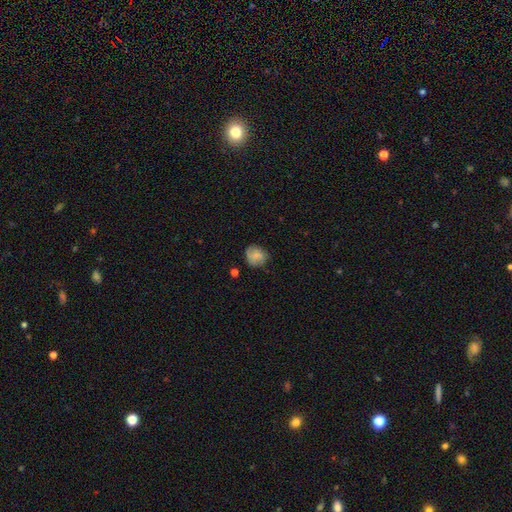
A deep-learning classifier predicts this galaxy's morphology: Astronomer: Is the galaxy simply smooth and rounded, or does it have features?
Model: smooth — 68%.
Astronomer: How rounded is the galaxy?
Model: round — 73%.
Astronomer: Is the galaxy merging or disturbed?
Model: none — 69%.